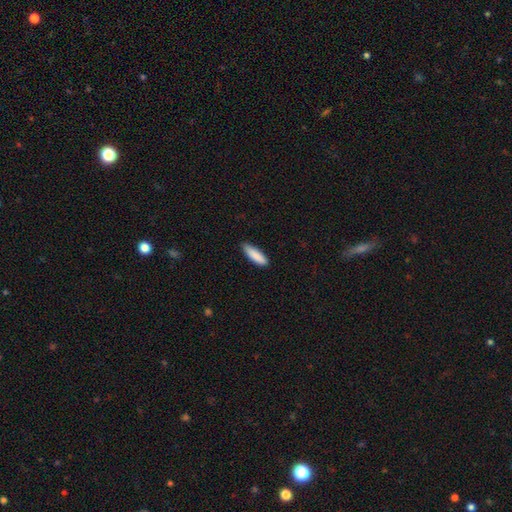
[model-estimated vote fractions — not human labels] The model was most divided on "how rounded": cigar-shaped: 53%, in between: 45%, round: 2%. More confident: smooth or featured — smooth (88%); merging — none (84%).